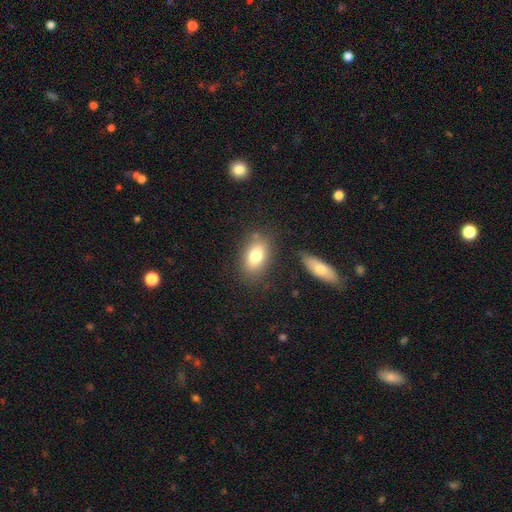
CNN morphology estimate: smooth 78%, featured or disk 14%, star or artifact 8%. Down the decision tree: how rounded — in between (85%); merging — none (78%).